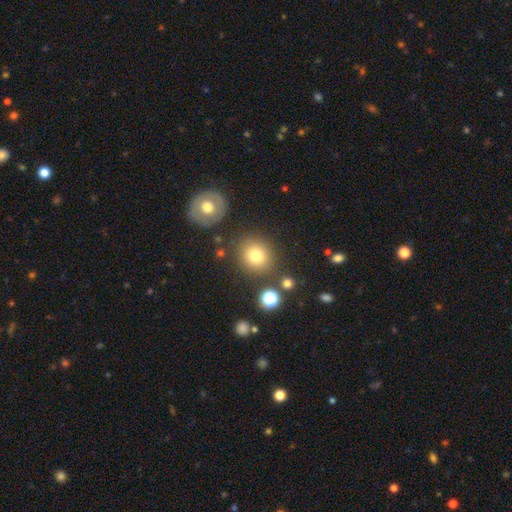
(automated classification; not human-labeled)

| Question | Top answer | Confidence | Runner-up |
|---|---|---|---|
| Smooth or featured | smooth | 79% | star or artifact (13%) |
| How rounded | round | 82% | in between (17%) |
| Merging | none | 80% | minor disturbance (10%) |